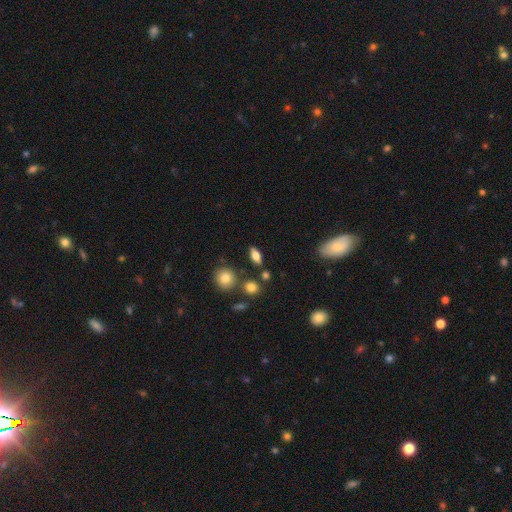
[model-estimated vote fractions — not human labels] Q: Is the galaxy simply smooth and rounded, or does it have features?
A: smooth — 72%.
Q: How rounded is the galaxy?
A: in between — 78%.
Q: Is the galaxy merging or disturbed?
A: none — 81%.